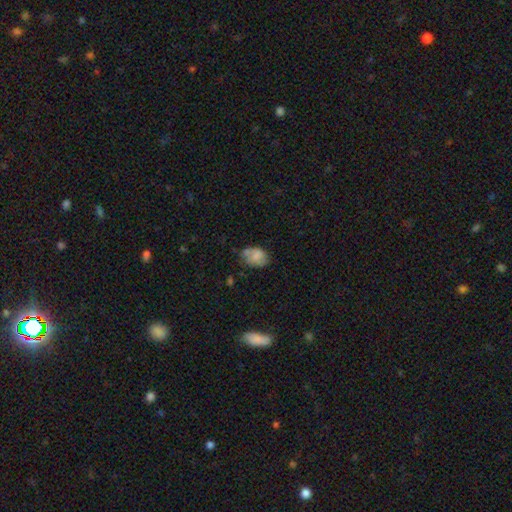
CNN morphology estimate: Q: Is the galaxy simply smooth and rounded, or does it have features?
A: smooth — 65%.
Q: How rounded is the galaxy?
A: in between — 70%.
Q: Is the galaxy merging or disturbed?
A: none — 51%.